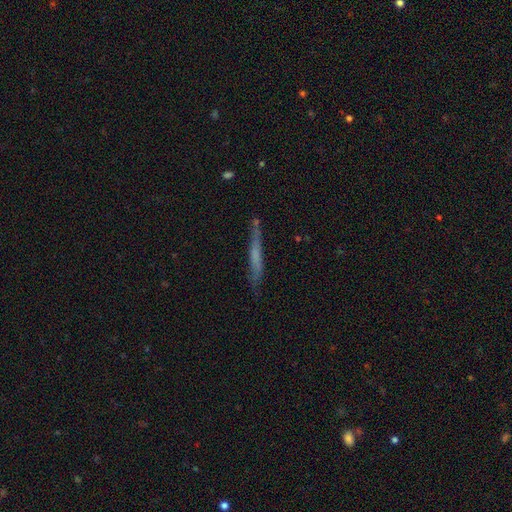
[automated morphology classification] Smooth or featured? Predicted: featured or disk (p=0.46, tied with smooth). Merging? Predicted: none (p=0.76).